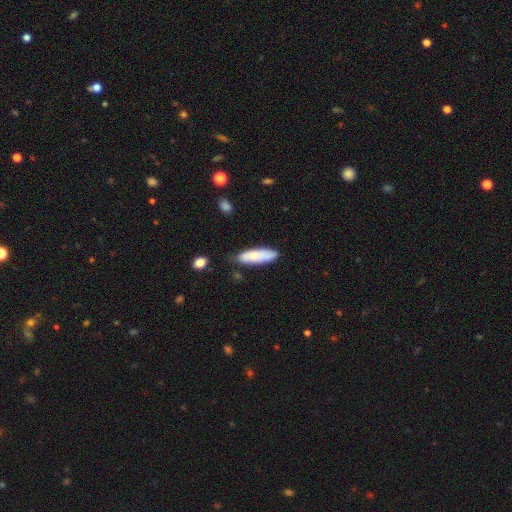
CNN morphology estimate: Smooth or featured: smooth — 72% (featured or disk — 22%)
How rounded: cigar-shaped — 51% (in between — 48%)
Merging: none — 66% (minor disturbance — 25%)